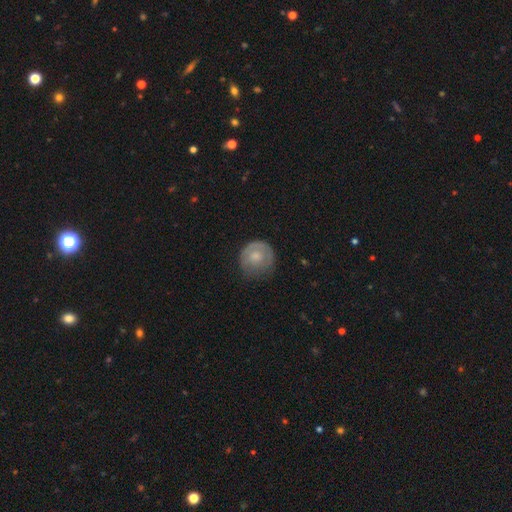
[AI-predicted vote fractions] The model was most divided on "smooth or featured": smooth: 61%, featured or disk: 33%, star or artifact: 6%. More confident: how rounded — round (87%); merging — none (63%).